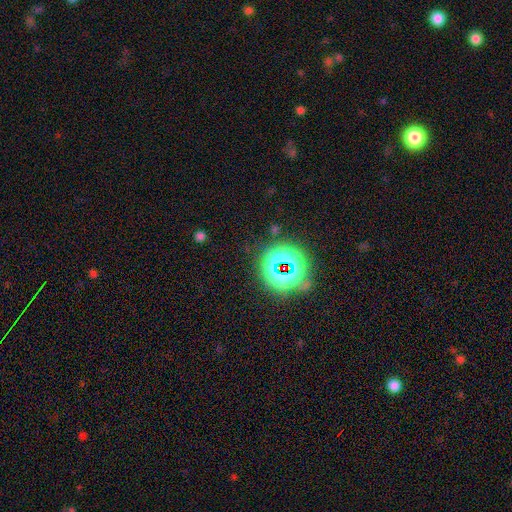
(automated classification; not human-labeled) star or artifact 68%, smooth 21%, featured or disk 11%.